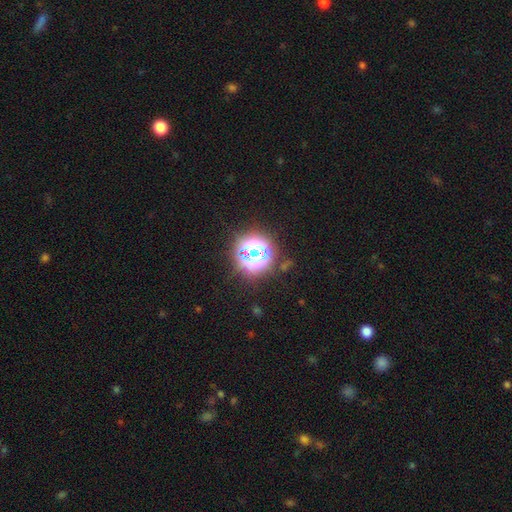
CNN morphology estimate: Smooth or featured? star or artifact (80%)